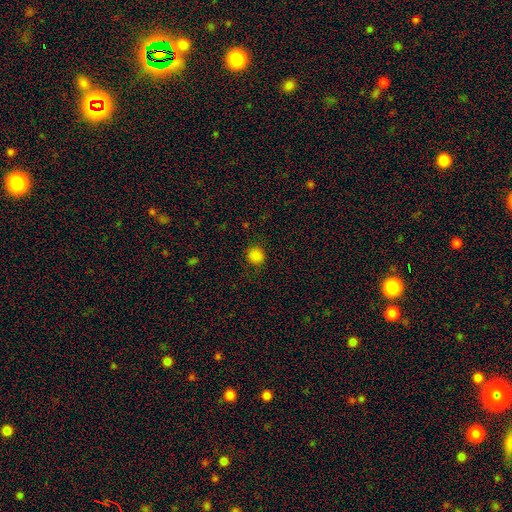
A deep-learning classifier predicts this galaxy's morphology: A smooth galaxy with no disk features (85%) that is round (91%).

Vote fractions:
- Smooth or featured? smooth: 85% / star or artifact: 13% / featured or disk: 3%
- How rounded? round: 91% / in between: 8% / cigar-shaped: 1%
- Merging? none: 89% / minor disturbance: 7% / major disturbance: 3% / merger: 1%